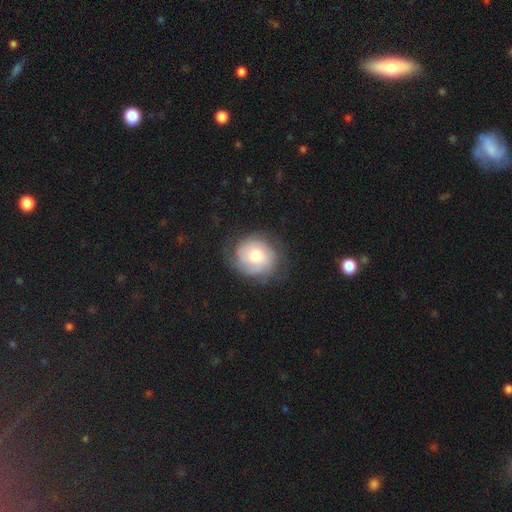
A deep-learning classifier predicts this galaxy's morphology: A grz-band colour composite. It shows a featured or disk galaxy (53%) with no bar (77%), spiral arms (82%) and a moderate central bulge (67%). Merging: none (71%).